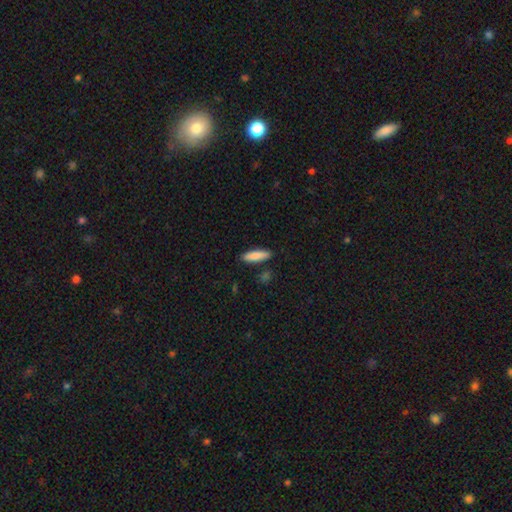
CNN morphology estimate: smooth_or_featured: smooth (p=0.85) [alt: featured or disk p=0.09]
how_rounded: cigar-shaped (p=0.67) [alt: in between p=0.31]
merging: none (p=0.85) [alt: minor disturbance p=0.10]